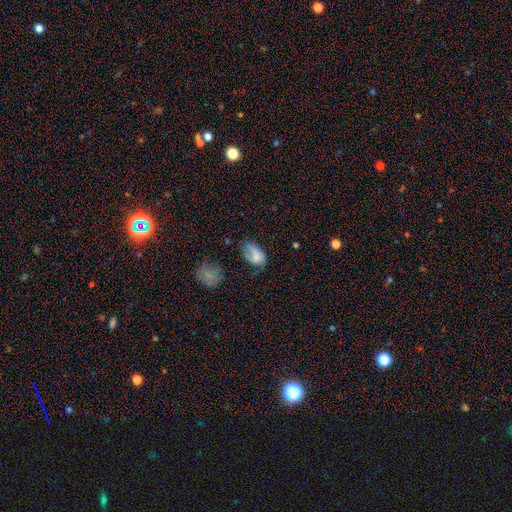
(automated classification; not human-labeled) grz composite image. It shows a smooth galaxy with no disk features (71%) that is in between round and cigar-shaped (90%). Merging: none (37%).